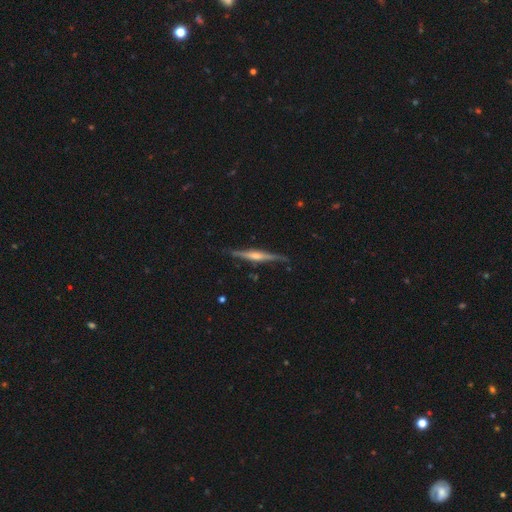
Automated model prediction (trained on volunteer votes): This appears to be a featured or disk galaxy (76%) viewed edge-on (97%) with a rounded central bulge (71%). Merging: none (84%).